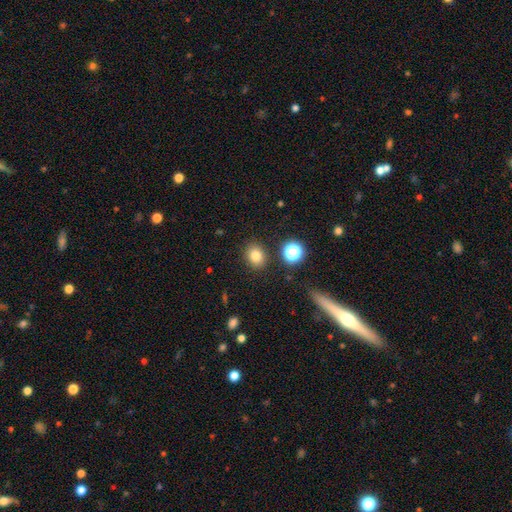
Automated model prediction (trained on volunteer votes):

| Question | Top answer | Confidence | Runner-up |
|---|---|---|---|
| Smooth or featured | smooth | 80% | star or artifact (13%) |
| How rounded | round | 58% | in between (41%) |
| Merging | none | 87% | minor disturbance (8%) |